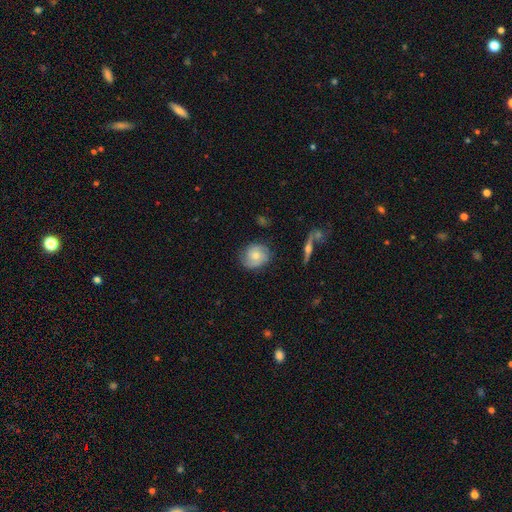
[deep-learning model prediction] A smooth galaxy with no disk features (51%) that is round (72%). Merging: none (75%).